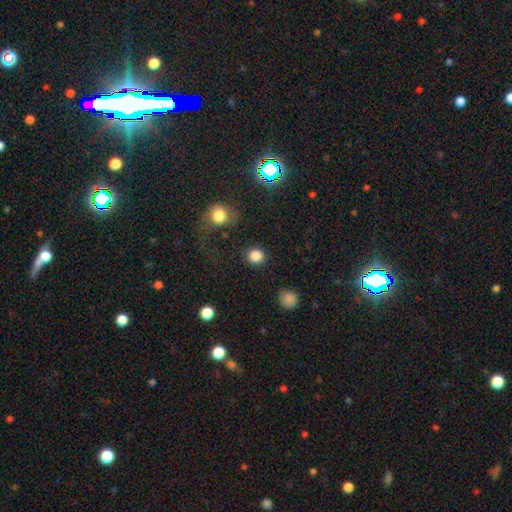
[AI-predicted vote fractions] This appears to be a smooth galaxy with no disk features (85%) that is round (85%). Merging: none (88%).